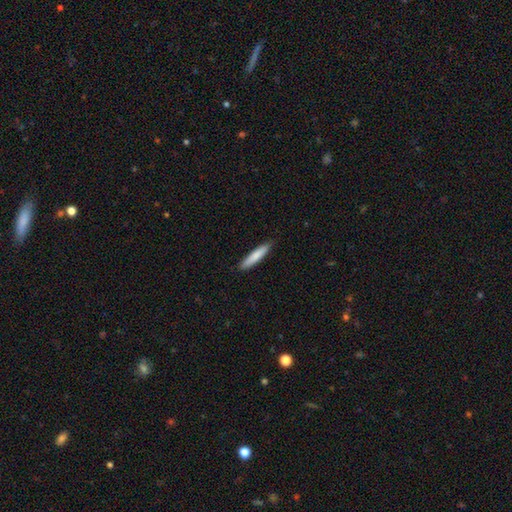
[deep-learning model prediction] A smooth galaxy with no disk features (79%) that is cigar-shaped (89%). Merging: none (89%).